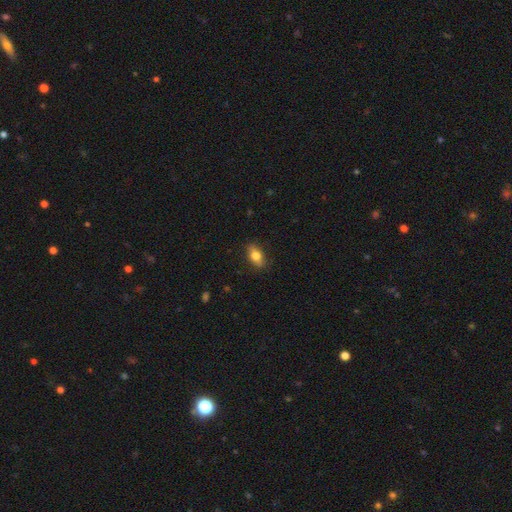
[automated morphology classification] Smooth or featured?
  - smooth: 77% *
  - featured or disk: 15%
  - star or artifact: 8%
How rounded?
  - in between: 84% *
  - round: 10%
  - cigar-shaped: 6%
Merging?
  - none: 82% *
  - minor disturbance: 14%
  - major disturbance: 3%
  - merger: 1%